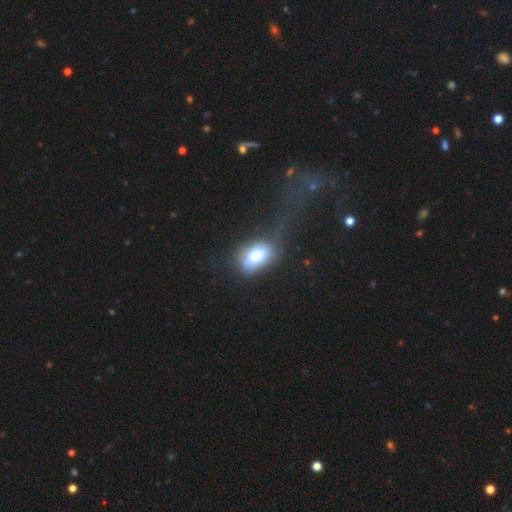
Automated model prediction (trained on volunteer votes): Smooth or featured?
  - smooth: 72% *
  - featured or disk: 19%
  - star or artifact: 9%
How rounded?
  - in between: 85% *
  - round: 13%
  - cigar-shaped: 2%
Merging?
  - none: 36% *
  - major disturbance: 32%
  - minor disturbance: 28%
  - merger: 4%